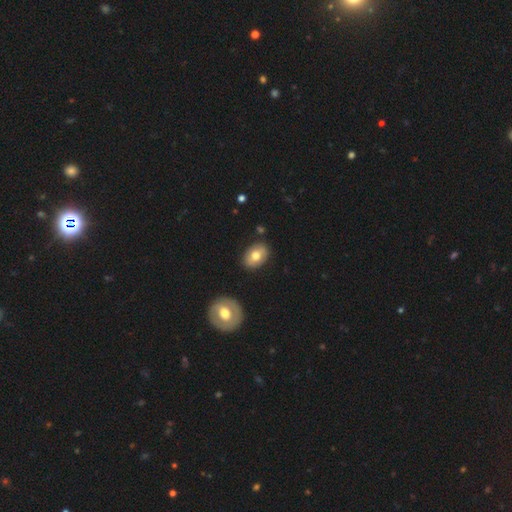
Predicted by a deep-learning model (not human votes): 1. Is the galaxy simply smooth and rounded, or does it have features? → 72% smooth, 21% featured or disk, 7% star or artifact.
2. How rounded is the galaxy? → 78% in between, 21% round, 1% cigar-shaped.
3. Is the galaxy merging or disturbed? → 85% none, 11% minor disturbance, 2% merger, 2% major disturbance.